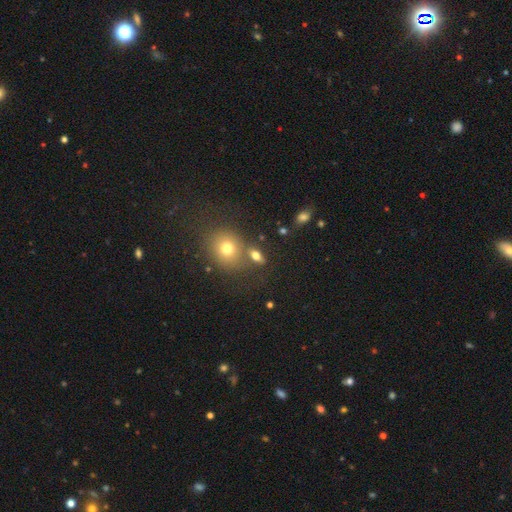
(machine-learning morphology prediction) Overall: smooth (72%). How rounded: in between (70%). Merging: none (64%).